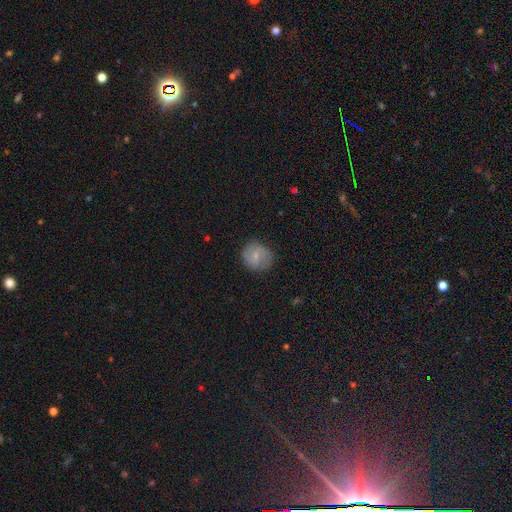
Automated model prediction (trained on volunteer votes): A smooth galaxy with no disk features (56%) that is round (85%). Merging: none (76%).